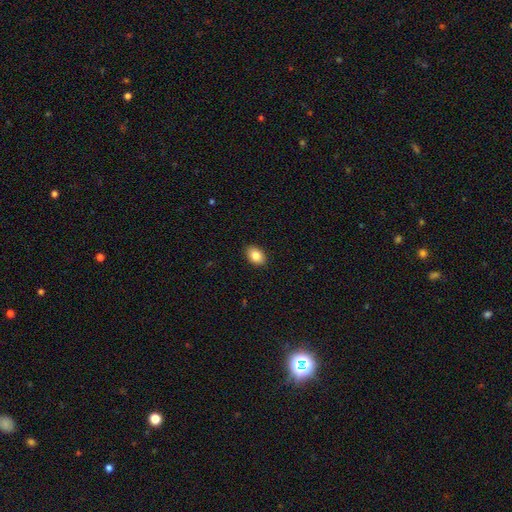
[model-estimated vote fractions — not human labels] smooth-or-featured: smooth: 85% | star or artifact: 8% | featured or disk: 8%
  how-rounded: in between: 82% | round: 17% | cigar-shaped: 1%
  merging: none: 90% | minor disturbance: 7% | major disturbance: 2% | merger: 1%